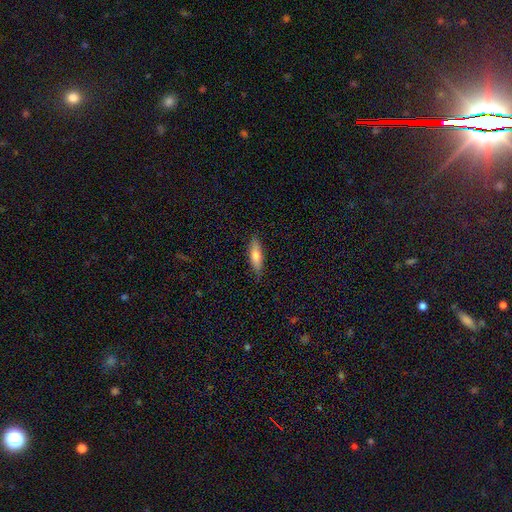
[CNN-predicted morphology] Smooth or featured: smooth — 69% (featured or disk — 24%)
How rounded: cigar-shaped — 57% (in between — 40%)
Merging: none — 84% (minor disturbance — 12%)